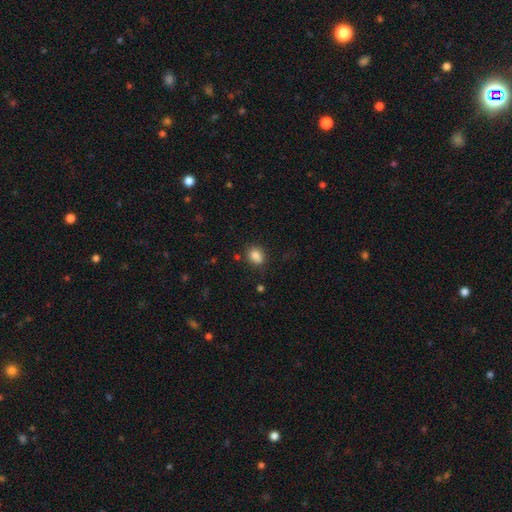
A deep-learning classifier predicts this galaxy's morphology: Smooth or featured?
  - smooth: 82% *
  - star or artifact: 11%
  - featured or disk: 7%
How rounded?
  - round: 50% *
  - in between: 49%
  - cigar-shaped: 1%
Merging?
  - none: 69% *
  - minor disturbance: 18%
  - merger: 8%
  - major disturbance: 5%